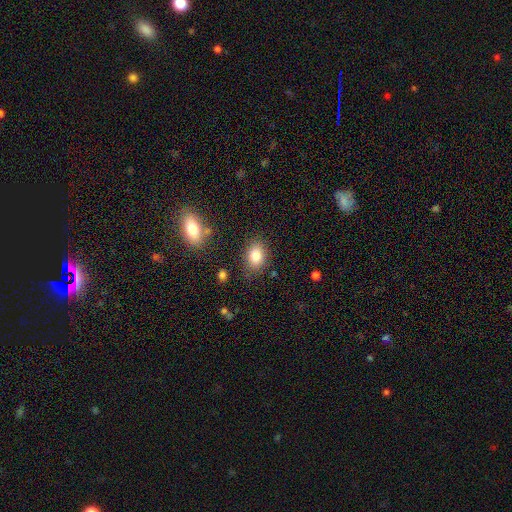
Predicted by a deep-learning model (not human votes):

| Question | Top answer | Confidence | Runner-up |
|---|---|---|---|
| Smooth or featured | smooth | 83% | star or artifact (9%) |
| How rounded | in between | 76% | round (22%) |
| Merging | none | 82% | minor disturbance (12%) |